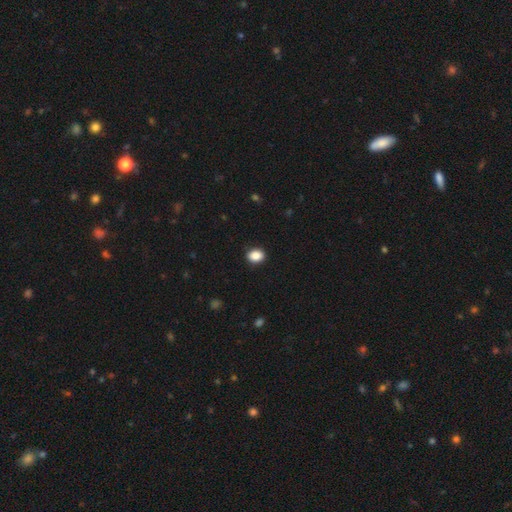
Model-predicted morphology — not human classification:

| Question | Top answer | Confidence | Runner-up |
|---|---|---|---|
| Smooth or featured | smooth | 89% | star or artifact (8%) |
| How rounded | in between | 60% | round (39%) |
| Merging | none | 90% | minor disturbance (7%) |